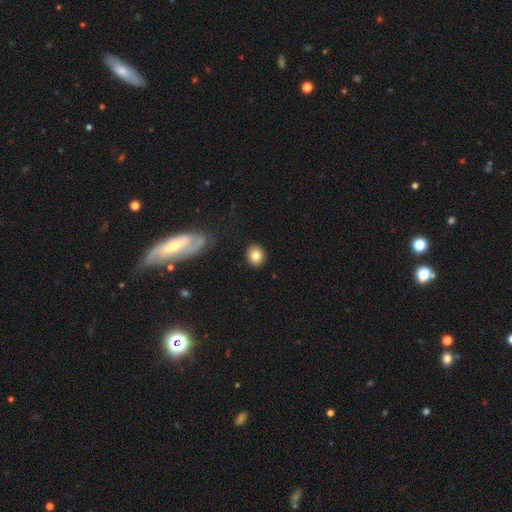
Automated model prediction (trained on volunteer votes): Overall: smooth (81%). How rounded: round (76%). Merging: none (89%).